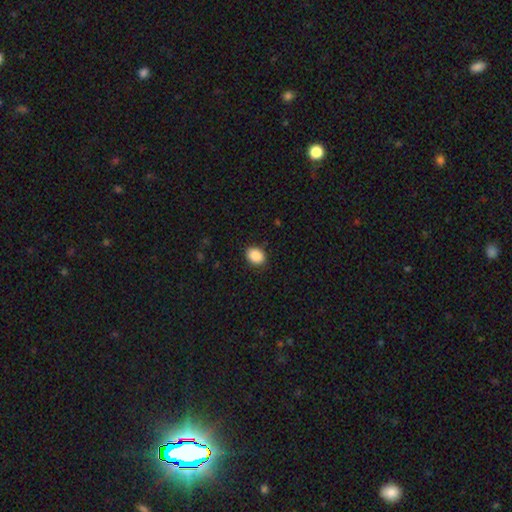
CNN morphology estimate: This appears to be a smooth galaxy with no disk features (90%) that is in between round and cigar-shaped (67%). Merging: none (87%).